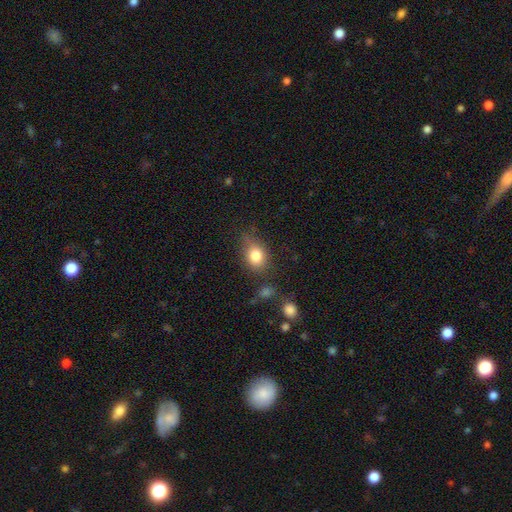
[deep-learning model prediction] Smooth or featured?
  - smooth: 82% *
  - star or artifact: 10%
  - featured or disk: 9%
How rounded?
  - in between: 58% *
  - round: 41%
  - cigar-shaped: 2%
Merging?
  - none: 64% *
  - minor disturbance: 24%
  - major disturbance: 7%
  - merger: 5%